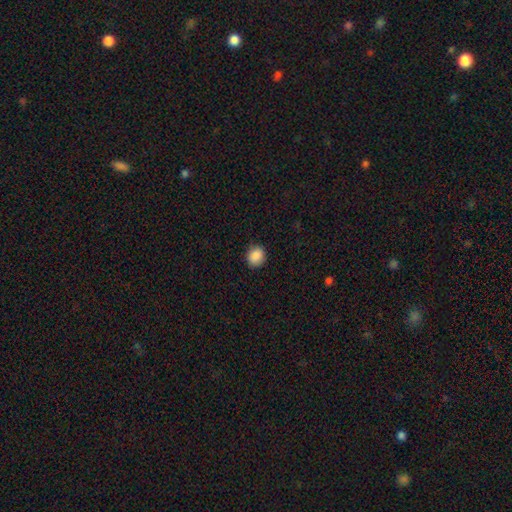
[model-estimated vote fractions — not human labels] The model was most divided on "how rounded": round: 71%, in between: 28%, cigar-shaped: 1%. More confident: merging — none (89%); smooth or featured — smooth (89%).